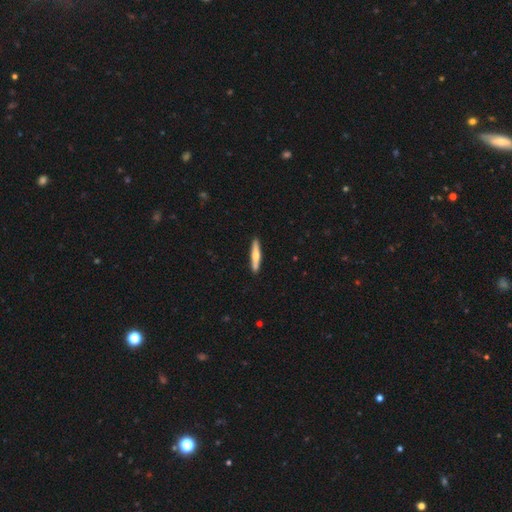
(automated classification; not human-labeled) smooth 54%, featured or disk 41%, star or artifact 5%. Down the decision tree: how rounded — cigar-shaped (91%); merging — none (89%).